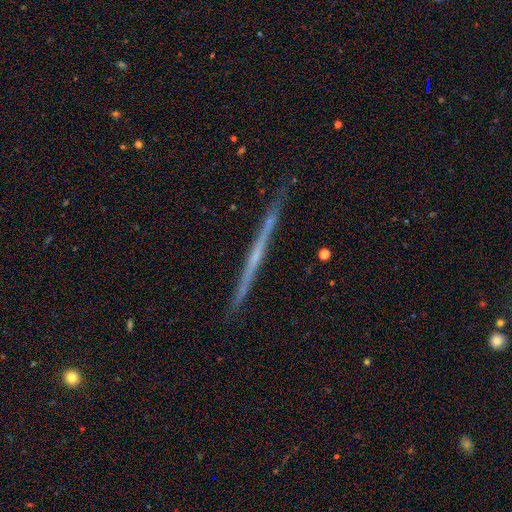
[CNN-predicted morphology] Smooth or featured?
  - featured or disk: 69% *
  - smooth: 23%
  - star or artifact: 8%
Edge-on disk?
  - yes: 98% *
  - no: 2%
Edge-on bulge?
  - none: 79% *
  - rounded: 16%
  - boxy: 5%
Merging?
  - none: 90% *
  - minor disturbance: 8%
  - major disturbance: 1%
  - merger: 1%